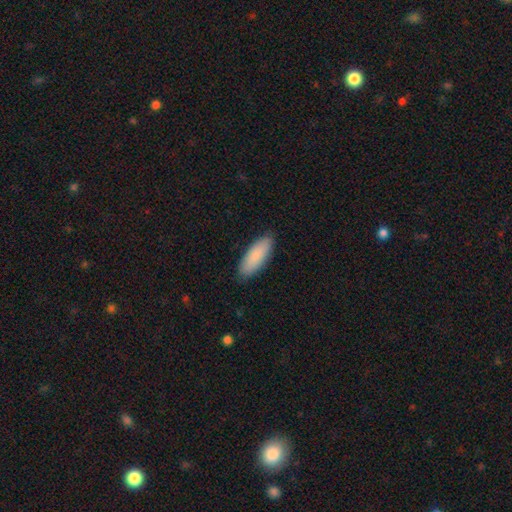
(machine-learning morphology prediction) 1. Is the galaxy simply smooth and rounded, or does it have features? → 88% smooth, 7% featured or disk, 5% star or artifact.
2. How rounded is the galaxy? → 69% in between, 30% cigar-shaped, 1% round.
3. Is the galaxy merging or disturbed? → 87% none, 10% minor disturbance, 2% major disturbance, 1% merger.